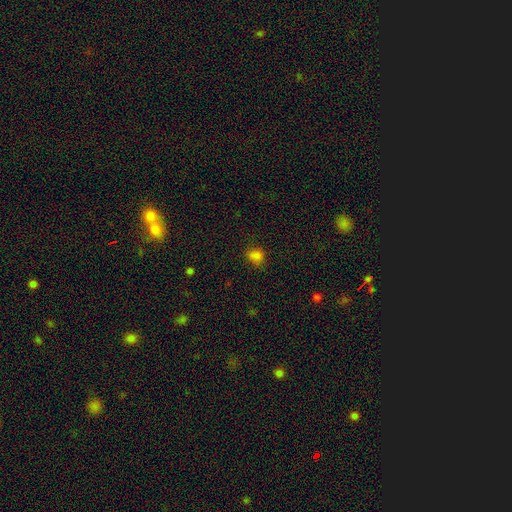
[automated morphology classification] Smooth or featured? smooth (77%)
How rounded? in between (51%)
Merging? none (71%)